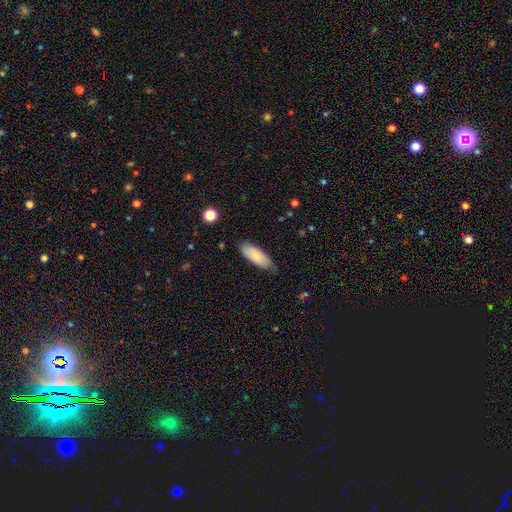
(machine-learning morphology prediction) type=smooth (81%); roundness=in between (78%); merging=none (71%).